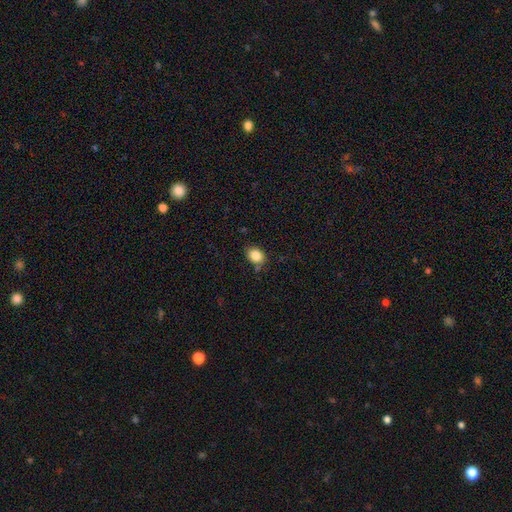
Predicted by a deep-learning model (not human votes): This appears to be a smooth galaxy with no disk features (85%) that is in between round and cigar-shaped (63%). Merging: none (78%).